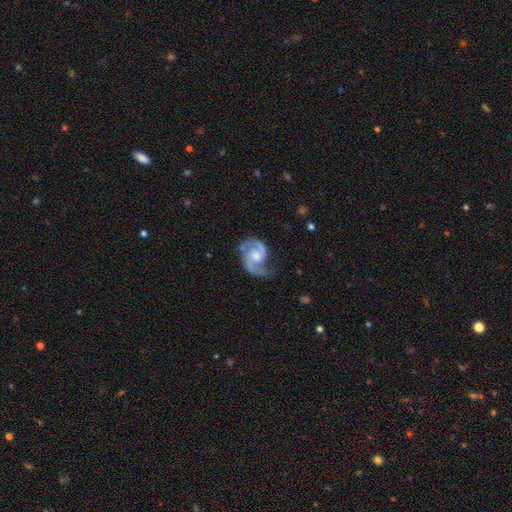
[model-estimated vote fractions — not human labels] Smooth or featured?
  - featured or disk: 90% *
  - smooth: 5%
  - star or artifact: 4%
Edge-on disk?
  - no: 98% *
  - yes: 2%
Bar?
  - no: 56% *
  - weak: 37%
  - strong: 7%
Spiral arms?
  - yes: 98% *
  - no: 2%
Spiral winding?
  - medium: 59% *
  - loose: 21%
  - tight: 20%
Spiral arm count?
  - 2: 92% *
  - can't tell: 2%
  - 1: 2%
  - 3: 1%
  - 4: 1%
  - more than 4: 1%
Bulge size?
  - moderate: 58% *
  - small: 28%
  - large: 7%
  - none: 6%
  - dominant: 1%
Merging?
  - none: 68% *
  - minor disturbance: 21%
  - major disturbance: 9%
  - merger: 2%